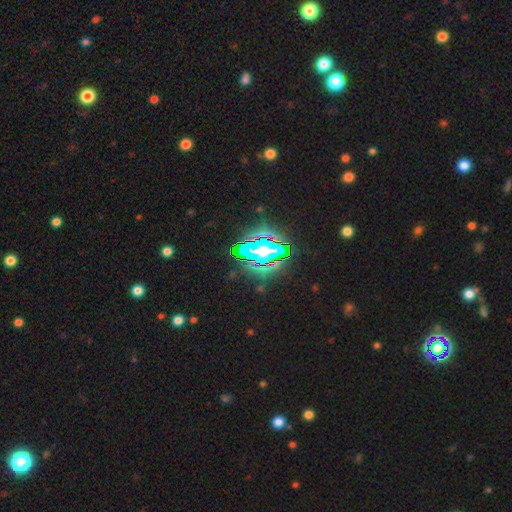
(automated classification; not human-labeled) Smooth or featured? star or artifact (68%)